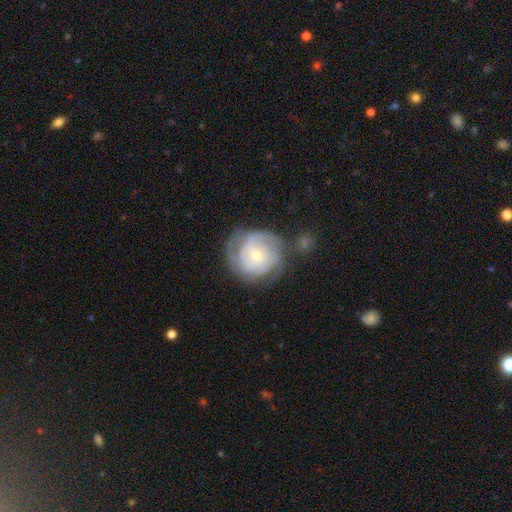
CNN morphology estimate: type=featured or disk (73%); edge-on=no (98%); bar=no (75%); spiral arms=yes (89%); winding=tight (66%); arm count=can't tell (35%); bulge=small (64%); merging=none (60%).